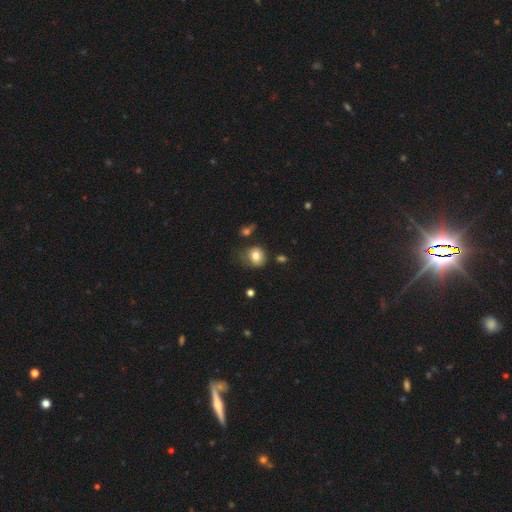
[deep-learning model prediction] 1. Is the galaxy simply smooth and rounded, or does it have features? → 80% smooth, 10% featured or disk, 10% star or artifact.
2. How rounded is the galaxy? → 71% round, 29% in between, 1% cigar-shaped.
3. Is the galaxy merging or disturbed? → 51% none, 31% minor disturbance, 13% major disturbance, 5% merger.